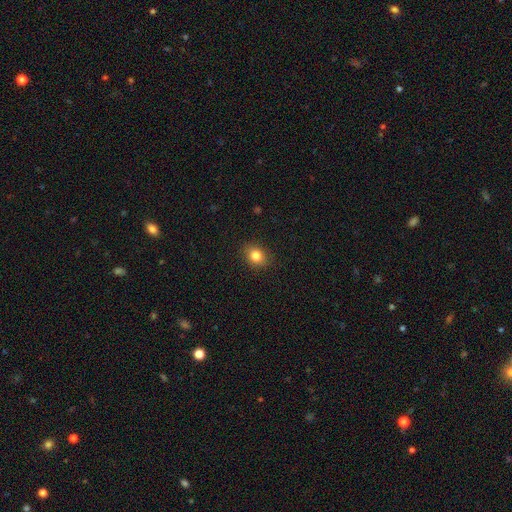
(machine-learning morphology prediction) Smooth or featured?
  - smooth: 83% *
  - star or artifact: 11%
  - featured or disk: 6%
How rounded?
  - in between: 50% *
  - round: 49%
  - cigar-shaped: 1%
Merging?
  - none: 88% *
  - minor disturbance: 9%
  - major disturbance: 2%
  - merger: 1%